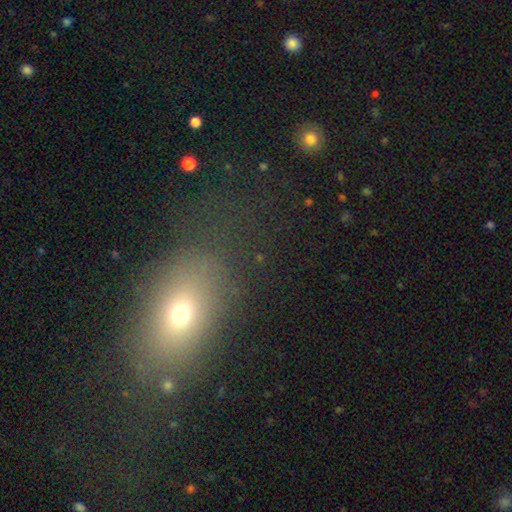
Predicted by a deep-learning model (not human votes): Smooth or featured? Predicted: smooth (p=0.59). How rounded? Predicted: in between (p=0.64). Merging? Predicted: none (p=0.68).